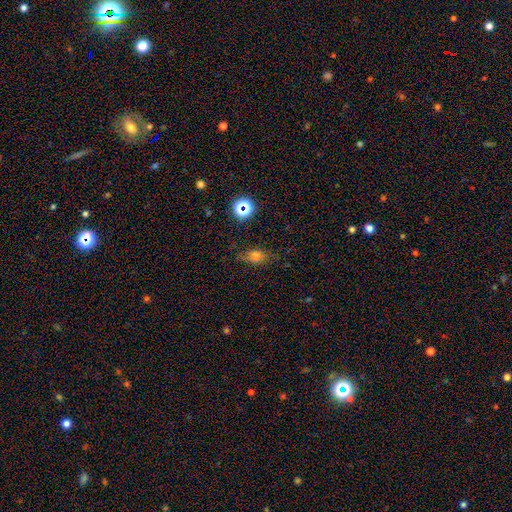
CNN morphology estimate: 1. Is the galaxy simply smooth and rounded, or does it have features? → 64% smooth, 19% star or artifact, 17% featured or disk.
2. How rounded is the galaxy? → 67% in between, 24% round, 9% cigar-shaped.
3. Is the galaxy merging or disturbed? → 73% none, 19% minor disturbance, 6% major disturbance, 2% merger.